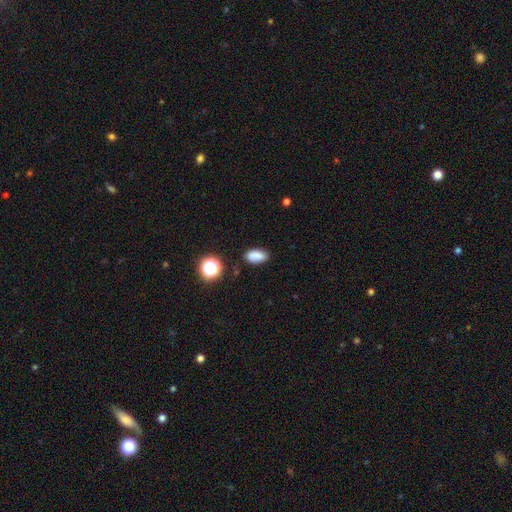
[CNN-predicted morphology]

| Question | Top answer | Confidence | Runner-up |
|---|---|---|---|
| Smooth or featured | smooth | 83% | star or artifact (12%) |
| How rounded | in between | 89% | round (7%) |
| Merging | none | 80% | minor disturbance (14%) |